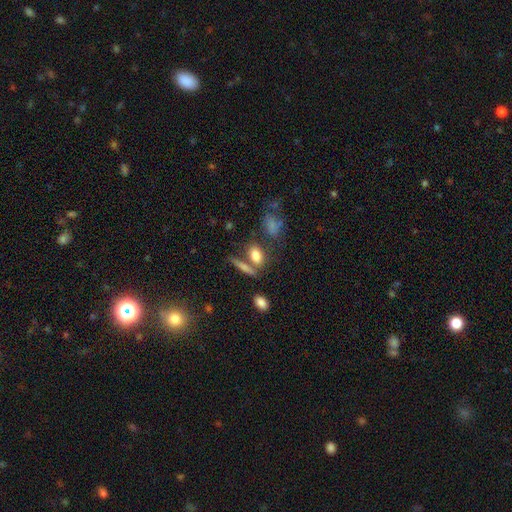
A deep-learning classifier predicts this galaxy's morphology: type=smooth (77%); roundness=in between (72%); merging=none (58%).